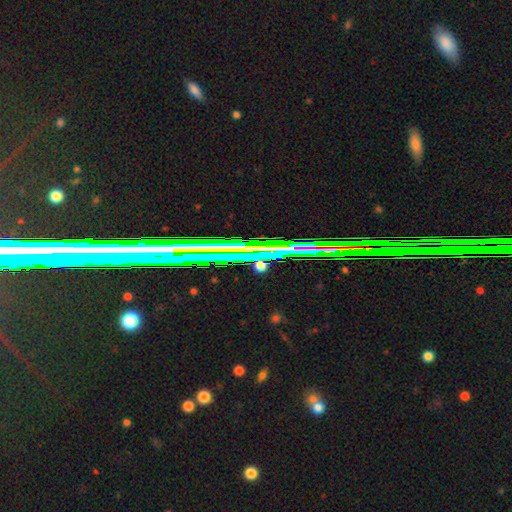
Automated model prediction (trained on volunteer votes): Q: Smooth or featured?
A: star or artifact (59%); runner-up: featured or disk (26%)